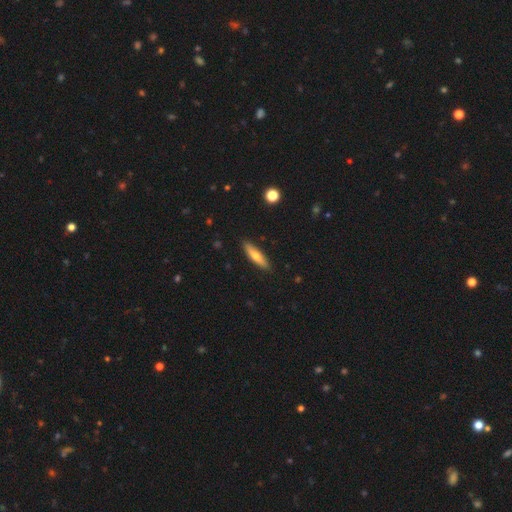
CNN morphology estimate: smooth_or_featured: smooth (p=0.62) [alt: featured or disk p=0.32]
how_rounded: cigar-shaped (p=0.76) [alt: in between p=0.22]
merging: none (p=0.89) [alt: minor disturbance p=0.09]